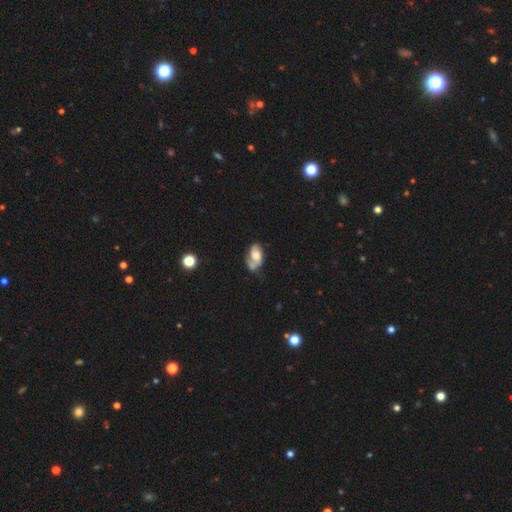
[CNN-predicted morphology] A smooth galaxy with no disk features (46%). Merging: merger (30%).